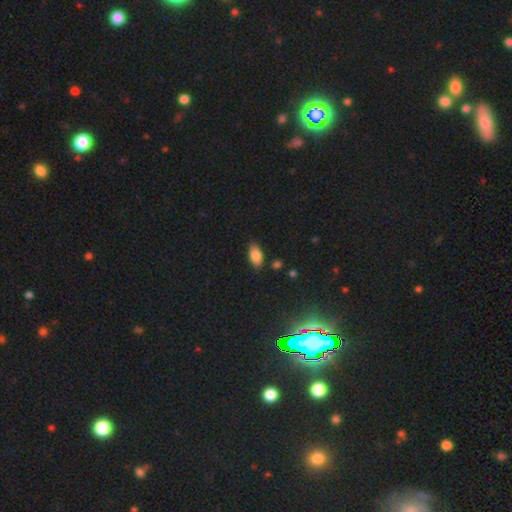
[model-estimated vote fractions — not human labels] Q: Smooth or featured?
A: smooth (83%); runner-up: star or artifact (9%)
Q: How rounded?
A: in between (92%); runner-up: cigar-shaped (5%)
Q: Merging?
A: none (82%); runner-up: minor disturbance (13%)